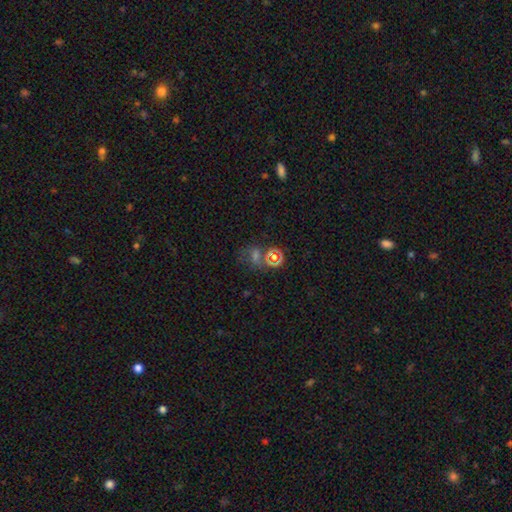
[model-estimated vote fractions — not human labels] The model was most divided on "smooth or featured": star or artifact: 46%, smooth: 33%, featured or disk: 21%.